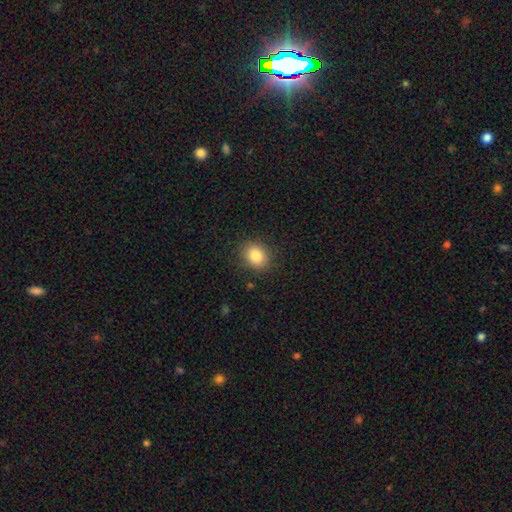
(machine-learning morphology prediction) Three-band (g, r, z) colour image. It shows a smooth galaxy with no disk features (84%) that is round (52%). Merging: none (87%).